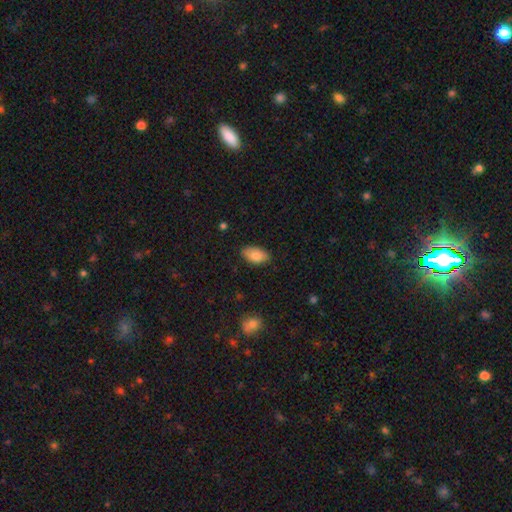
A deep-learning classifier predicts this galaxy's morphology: type=smooth (82%); roundness=in between (94%); merging=none (83%).